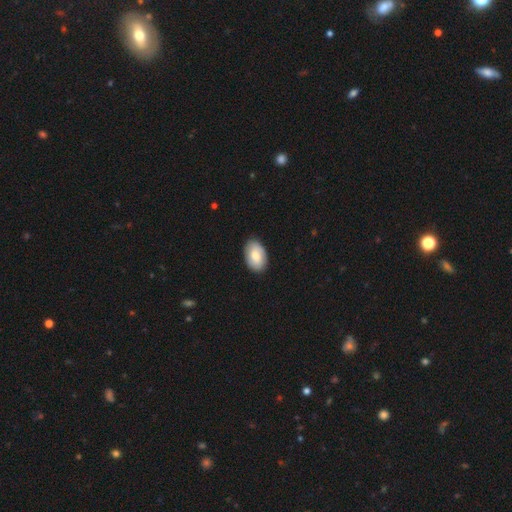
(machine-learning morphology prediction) A smooth galaxy with no disk features (76%) that is in between round and cigar-shaped (91%). Merging: none (86%).